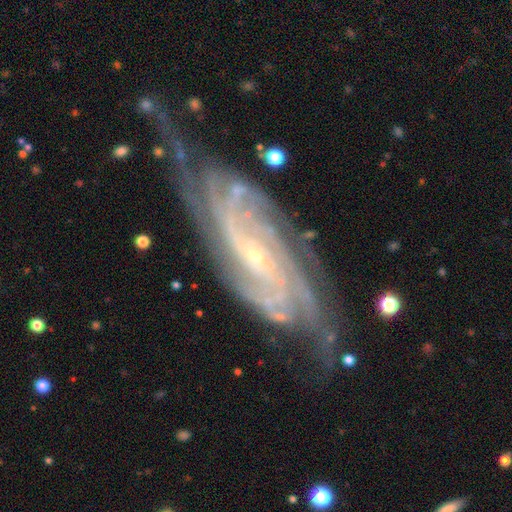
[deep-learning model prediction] Smooth or featured: featured or disk — 91% (star or artifact — 5%)
Edge-on disk: no — 93% (yes — 7%)
Bar: no — 52% (weak — 31%)
Spiral arms: yes — 98% (no — 2%)
Spiral winding: tight — 69% (medium — 26%)
Spiral arm count: 4 — 27% (can't tell — 20%)
Bulge size: small — 84% (moderate — 12%)
Merging: none — 67% (minor disturbance — 21%)